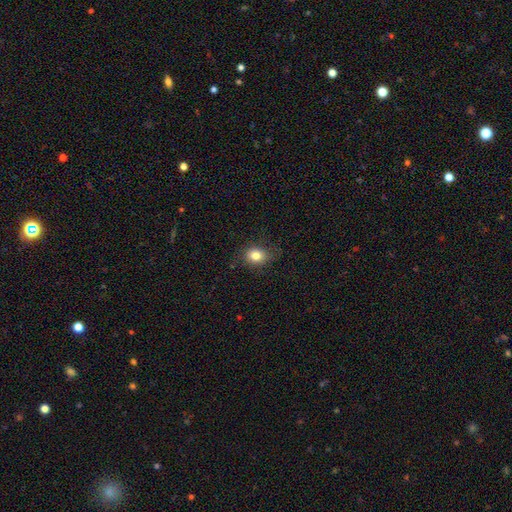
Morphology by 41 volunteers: Q: Smooth or featured?
A: smooth (78%); runner-up: star or artifact (12%)
Q: How rounded?
A: round (53%); runner-up: in between (44%)
Q: Merging?
A: none (92%); runner-up: minor disturbance (8%)